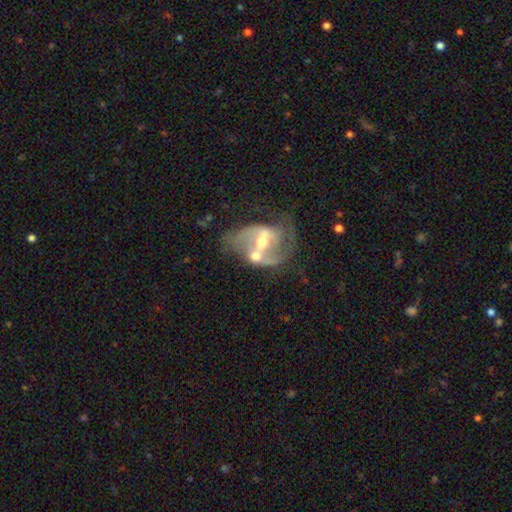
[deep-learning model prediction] Smooth or featured: featured or disk — 80% (smooth — 13%)
Edge-on disk: no — 97% (yes — 3%)
Bar: weak — 42% (strong — 33%)
Spiral arms: yes — 78% (no — 22%)
Spiral winding: loose — 45% (medium — 41%)
Spiral arm count: 2 — 75% (can't tell — 12%)
Bulge size: moderate — 63% (small — 27%)
Merging: merger — 37% (none — 29%)